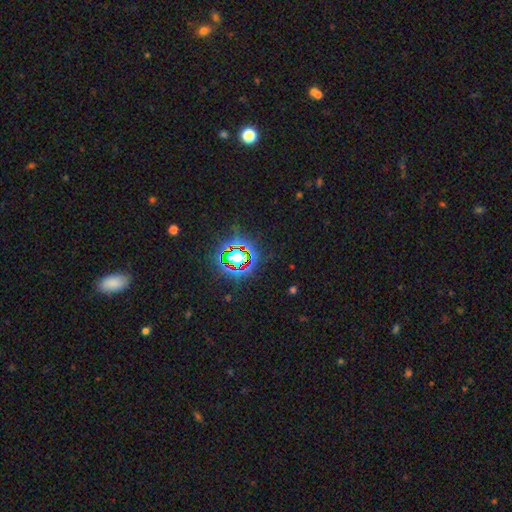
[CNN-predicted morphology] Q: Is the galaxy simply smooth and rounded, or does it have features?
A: star or artifact — 78%.